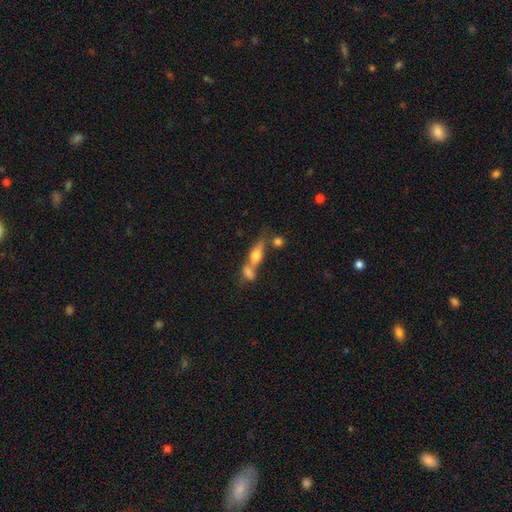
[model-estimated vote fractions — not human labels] smooth-or-featured: smooth: 59% | featured or disk: 31% | star or artifact: 10%
  how-rounded: in between: 56% | cigar-shaped: 36% | round: 8%
  merging: merger: 52% | none: 30% | minor disturbance: 11% | major disturbance: 7%